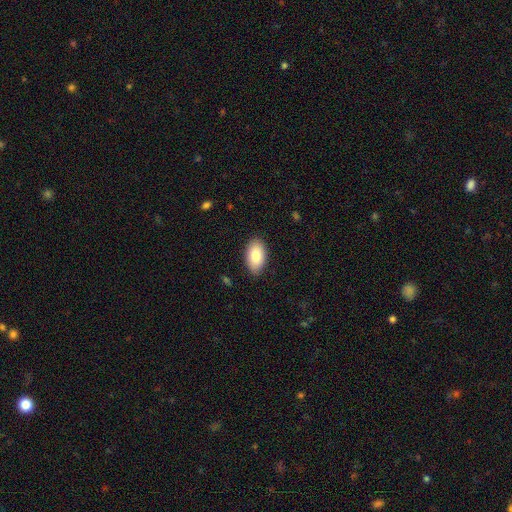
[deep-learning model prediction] Morphology: type=smooth (83%); roundness=in between (94%); merging=none (85%).